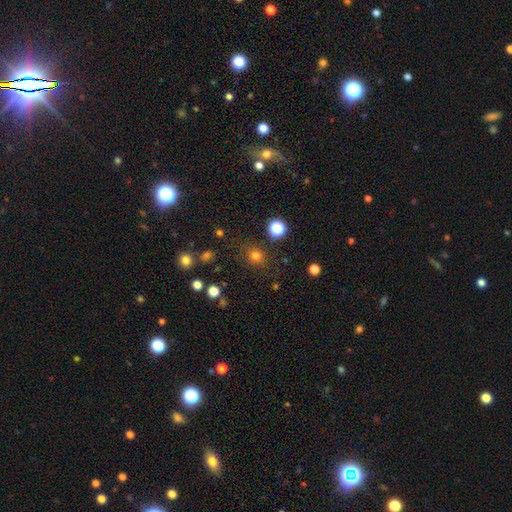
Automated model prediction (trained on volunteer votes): smooth-or-featured: smooth: 75% | star or artifact: 19% | featured or disk: 6%
  how-rounded: round: 85% | in between: 14% | cigar-shaped: 1%
  merging: none: 83% | minor disturbance: 10% | major disturbance: 4% | merger: 3%